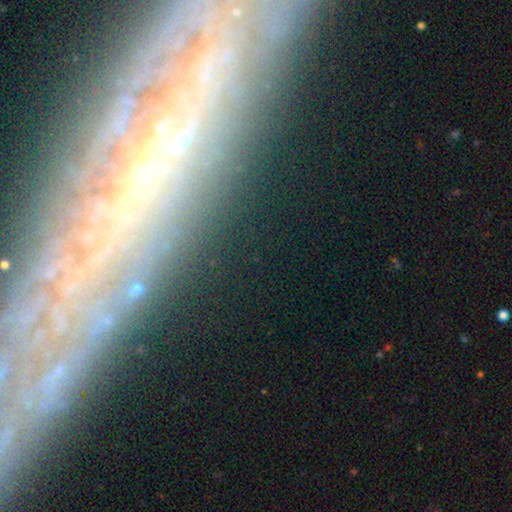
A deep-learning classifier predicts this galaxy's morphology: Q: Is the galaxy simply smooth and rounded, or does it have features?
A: featured or disk — 61%.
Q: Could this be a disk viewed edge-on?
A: no — 50%, tied with yes.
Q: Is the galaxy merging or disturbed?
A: none — 81%.